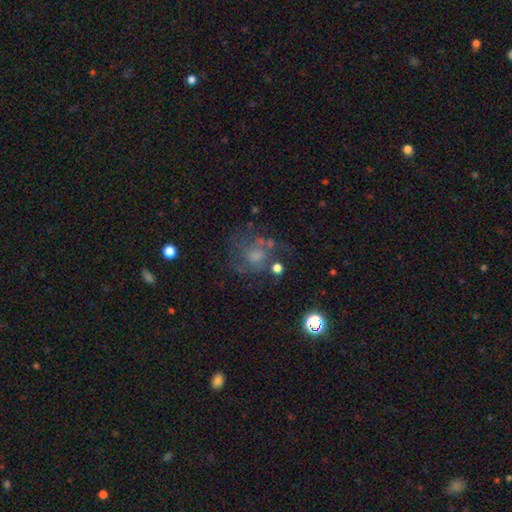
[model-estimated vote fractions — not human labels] This appears to be a featured or disk galaxy (54%) with no bar (80%), spiral arms (63%) and a moderate central bulge (35%). Merging: none (53%).